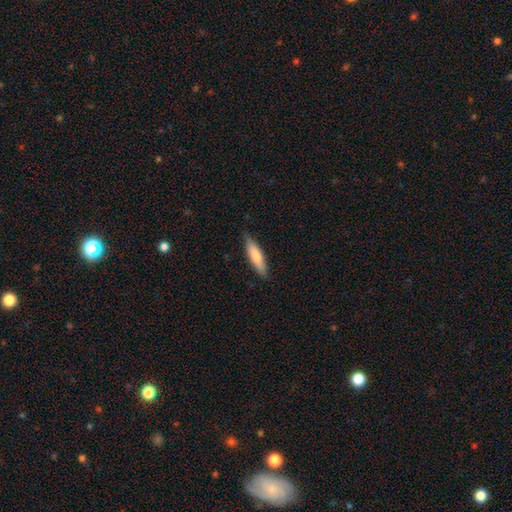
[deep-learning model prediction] smooth_or_featured: smooth (p=0.75) [alt: featured or disk p=0.20]
how_rounded: cigar-shaped (p=0.75) [alt: in between p=0.24]
merging: none (p=0.82) [alt: minor disturbance p=0.15]